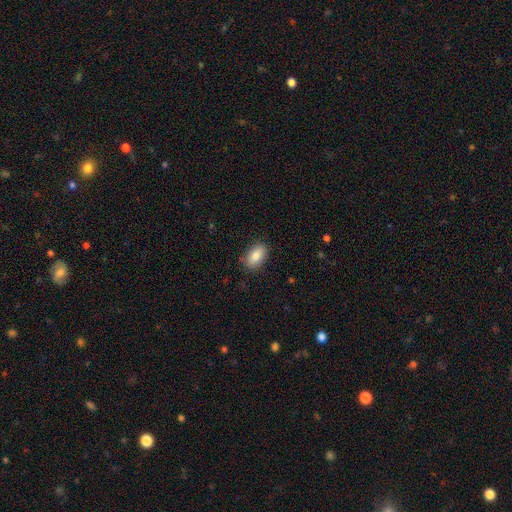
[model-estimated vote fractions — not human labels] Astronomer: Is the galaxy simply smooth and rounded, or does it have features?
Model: smooth — 86%.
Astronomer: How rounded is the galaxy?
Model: in between — 92%.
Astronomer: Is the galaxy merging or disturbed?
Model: none — 85%.